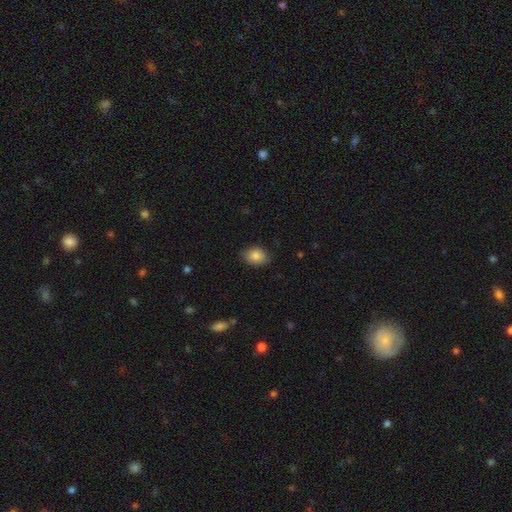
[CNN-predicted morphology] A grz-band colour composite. It shows a smooth galaxy with no disk features (86%) that is in between round and cigar-shaped (66%). Merging: none (80%).